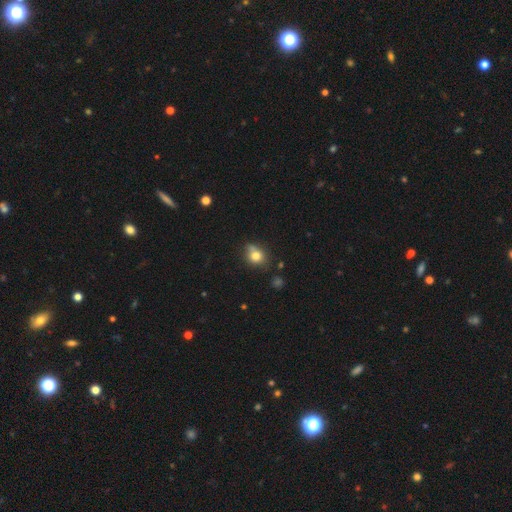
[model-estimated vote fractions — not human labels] smooth_or_featured: smooth (p=0.76) [alt: featured or disk p=0.12]
how_rounded: round (p=0.60) [alt: in between p=0.39]
merging: none (p=0.60) [alt: minor disturbance p=0.24]